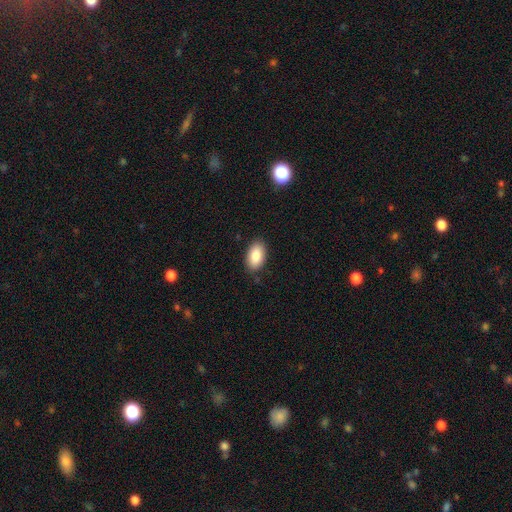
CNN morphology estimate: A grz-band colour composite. It shows a smooth galaxy with no disk features (87%) that is in between round and cigar-shaped (94%). Merging: none (87%).